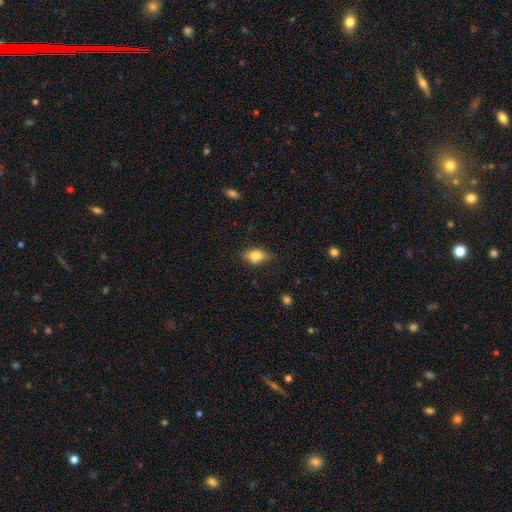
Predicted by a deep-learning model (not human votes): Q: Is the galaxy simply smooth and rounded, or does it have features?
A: smooth — 79%.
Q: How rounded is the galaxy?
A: in between — 81%.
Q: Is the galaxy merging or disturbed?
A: none — 69%.